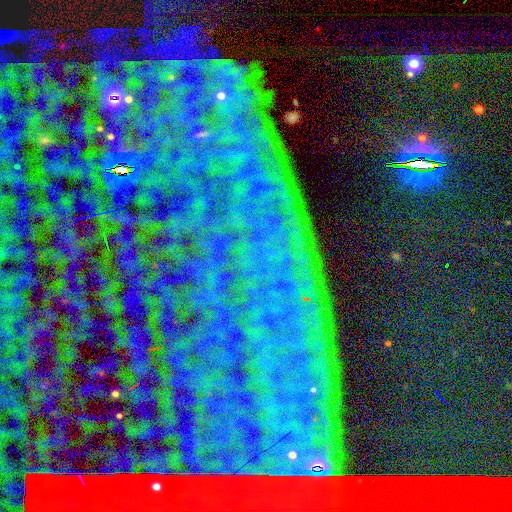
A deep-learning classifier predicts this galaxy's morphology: type=star or artifact (83%).